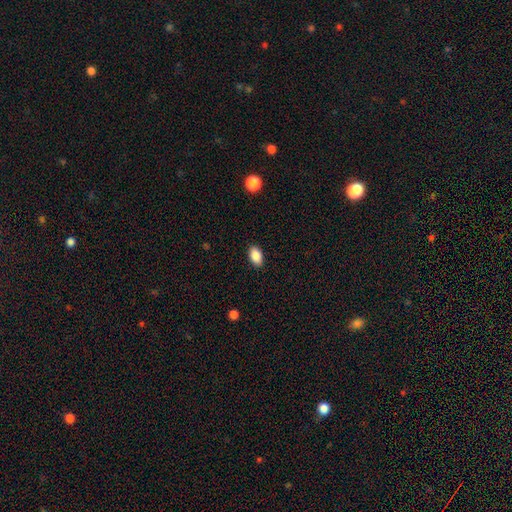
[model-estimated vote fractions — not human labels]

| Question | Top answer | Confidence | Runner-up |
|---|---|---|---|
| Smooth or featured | smooth | 88% | star or artifact (8%) |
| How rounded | in between | 91% | round (7%) |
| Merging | none | 89% | minor disturbance (8%) |